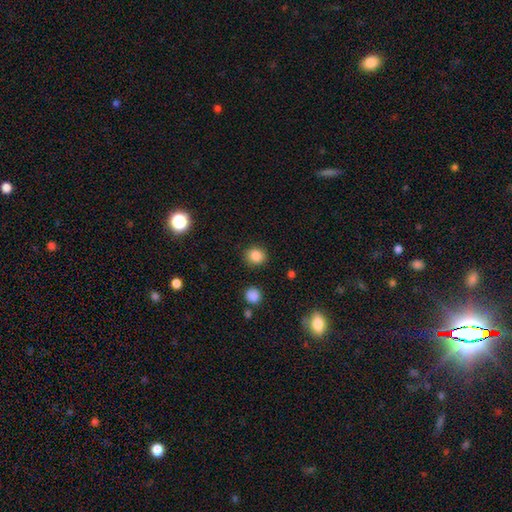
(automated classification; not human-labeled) Q: Smooth or featured?
A: smooth (85%); runner-up: star or artifact (11%)
Q: How rounded?
A: round (82%); runner-up: in between (17%)
Q: Merging?
A: none (88%); runner-up: minor disturbance (7%)